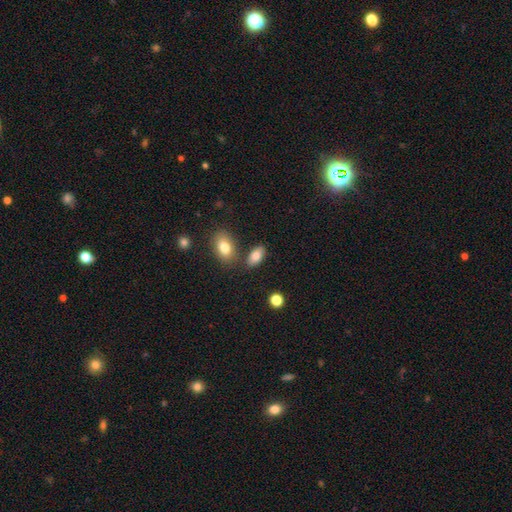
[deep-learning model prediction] This is clearly a smooth galaxy (83%). How rounded: clearly in between (92%). Merging: likely none (74%).